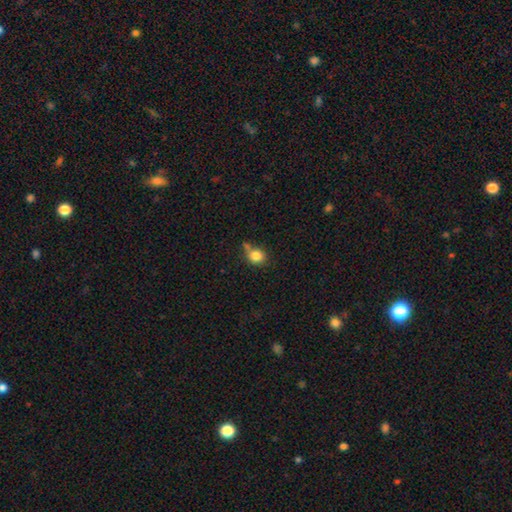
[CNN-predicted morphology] Smooth or featured? Predicted: smooth (p=0.82). How rounded? Predicted: round (p=0.67). Merging? Predicted: none (p=0.49).